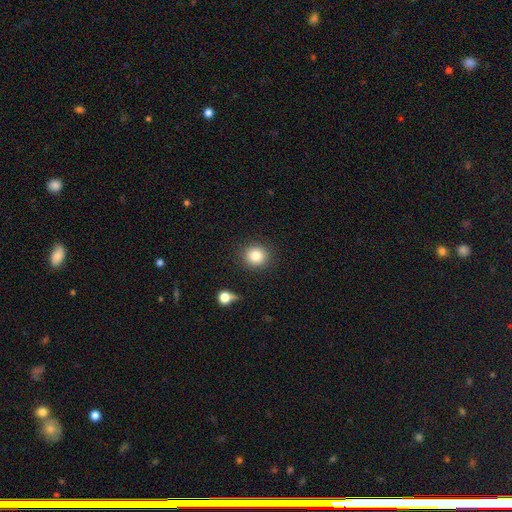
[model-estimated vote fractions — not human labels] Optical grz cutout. It shows a smooth galaxy with no disk features (83%) that is round (88%). Merging: none (87%).